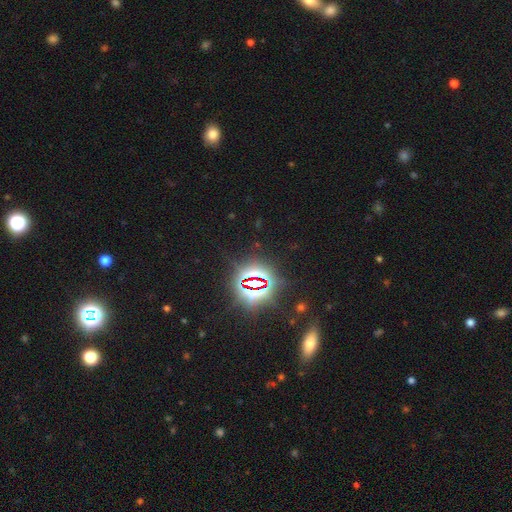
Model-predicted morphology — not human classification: Smooth or featured? star or artifact (78%)